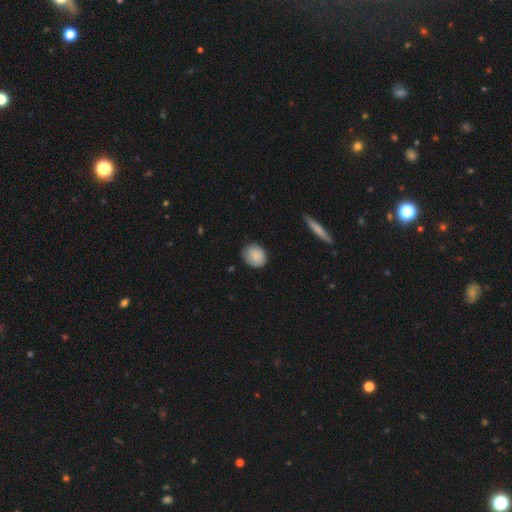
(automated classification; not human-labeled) Q: Smooth or featured?
A: smooth (86%); runner-up: featured or disk (8%)
Q: How rounded?
A: round (70%); runner-up: in between (28%)
Q: Merging?
A: none (77%); runner-up: minor disturbance (19%)